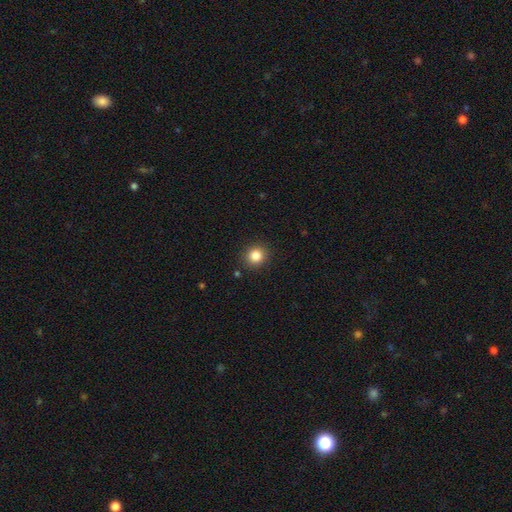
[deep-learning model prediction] The model was most divided on "smooth or featured": smooth: 84%, star or artifact: 11%, featured or disk: 5%. More confident: merging — none (90%); how rounded — round (87%).